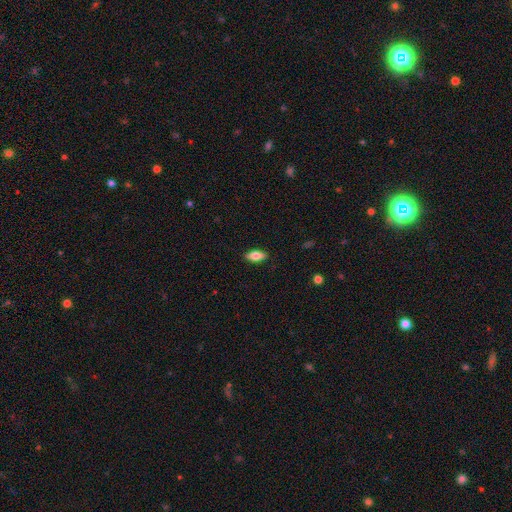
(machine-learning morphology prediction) smooth-or-featured: smooth: 79% | featured or disk: 15% | star or artifact: 7%
  how-rounded: in between: 82% | cigar-shaped: 16% | round: 3%
  merging: none: 89% | minor disturbance: 9% | major disturbance: 2% | merger: 1%